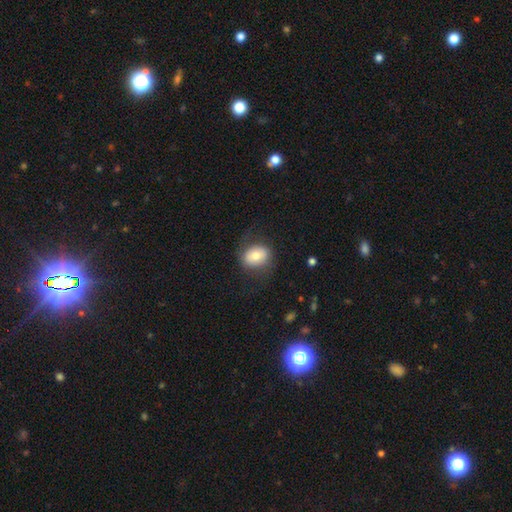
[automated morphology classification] The model was most divided on "how rounded": in between: 62%, round: 37%, cigar-shaped: 1%. More confident: smooth or featured — smooth (77%); merging — none (73%).